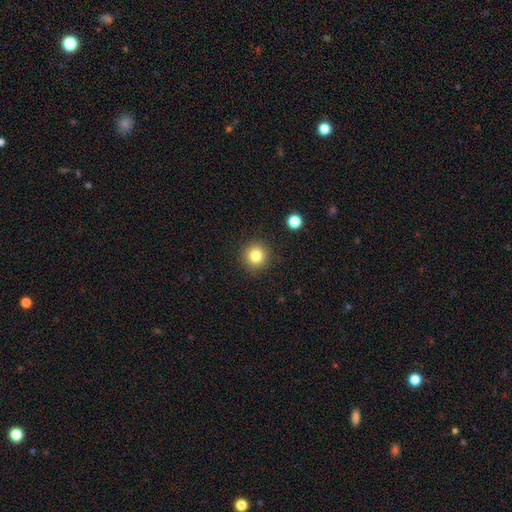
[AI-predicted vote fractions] Q: Smooth or featured?
A: smooth (81%); runner-up: star or artifact (12%)
Q: How rounded?
A: round (93%); runner-up: in between (6%)
Q: Merging?
A: none (90%); runner-up: minor disturbance (6%)